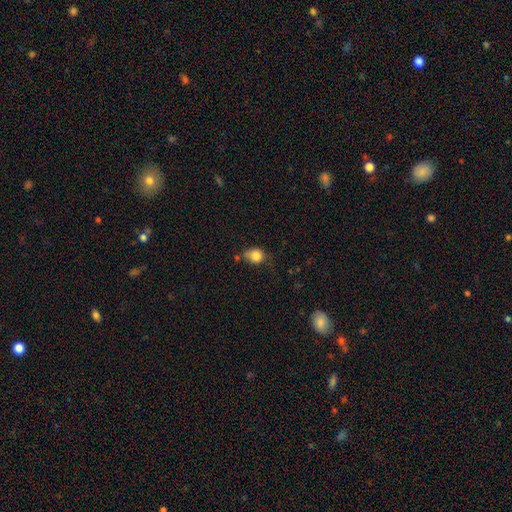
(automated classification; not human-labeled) Smooth or featured?
  - smooth: 83% *
  - star or artifact: 10%
  - featured or disk: 7%
How rounded?
  - round: 74% *
  - in between: 25%
  - cigar-shaped: 1%
Merging?
  - none: 55% *
  - minor disturbance: 29%
  - merger: 9%
  - major disturbance: 8%